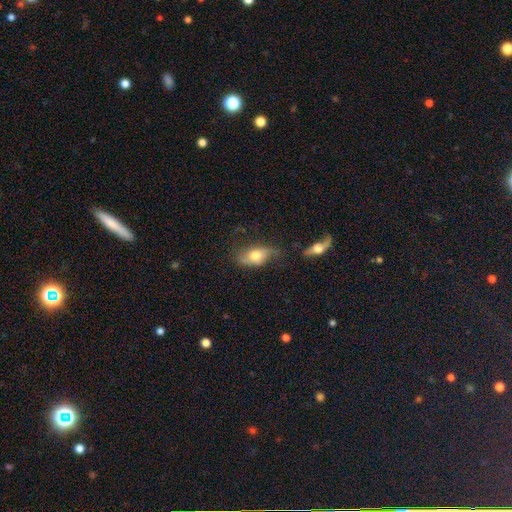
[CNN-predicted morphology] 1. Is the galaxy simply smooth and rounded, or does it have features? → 51% smooth, 41% featured or disk, 9% star or artifact.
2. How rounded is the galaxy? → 84% in between, 10% round, 6% cigar-shaped.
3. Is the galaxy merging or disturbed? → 54% none, 27% minor disturbance, 13% major disturbance, 6% merger.